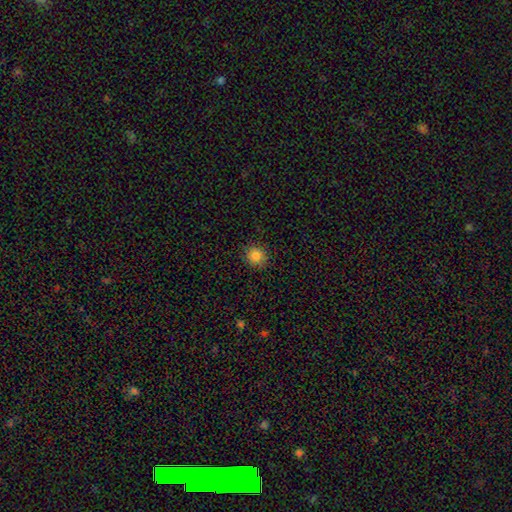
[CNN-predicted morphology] This appears to be a smooth galaxy with no disk features (84%) that is round (84%). Merging: none (90%).